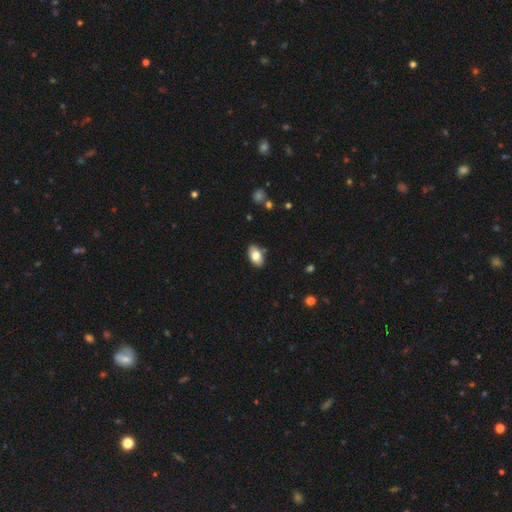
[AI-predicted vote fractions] A smooth galaxy with no disk features (80%) that is in between round and cigar-shaped (91%). Merging: none (84%).